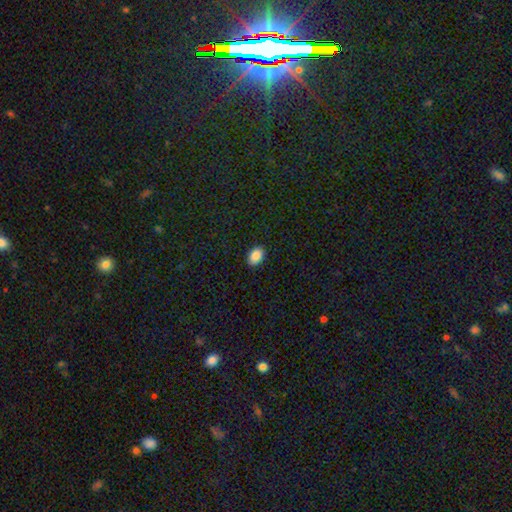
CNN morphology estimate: smooth_or_featured: smooth (p=0.89) [alt: star or artifact p=0.08]
how_rounded: in between (p=0.82) [alt: round p=0.17]
merging: none (p=0.89) [alt: minor disturbance p=0.09]